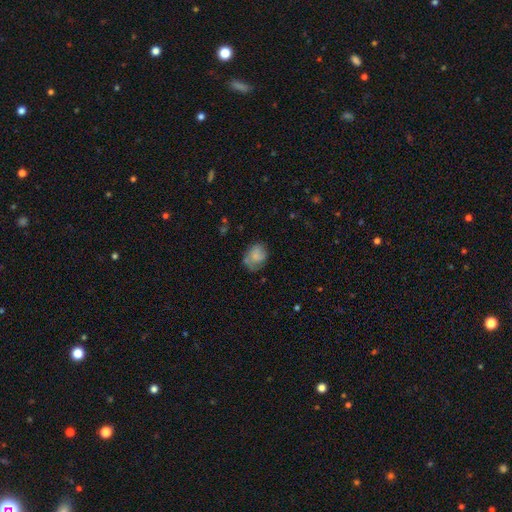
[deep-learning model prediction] The model was most divided on "how rounded": in between: 51%, round: 48%, cigar-shaped: 1%. More confident: smooth or featured — smooth (73%); merging — none (57%).